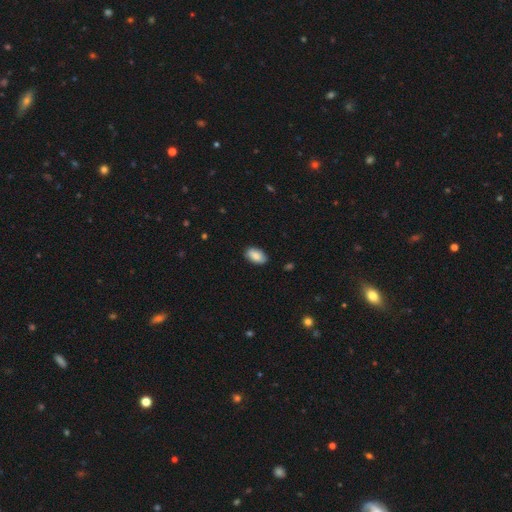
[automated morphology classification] This appears to be a smooth galaxy with no disk features (83%) that is in between round and cigar-shaped (94%). Merging: none (85%).